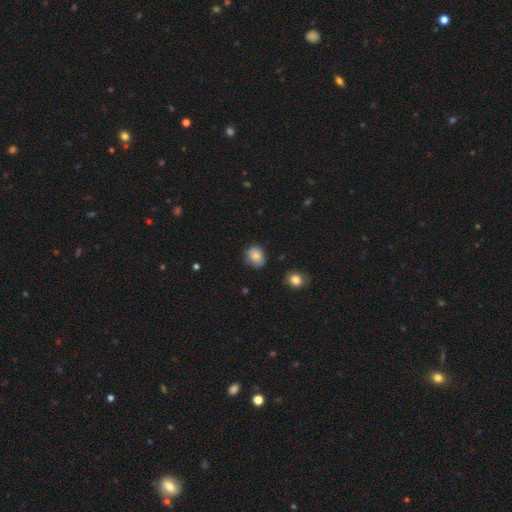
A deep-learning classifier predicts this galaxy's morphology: smooth_or_featured: smooth (p=0.83) [alt: featured or disk p=0.09]
how_rounded: round (p=0.53) [alt: in between p=0.46]
merging: none (p=0.75) [alt: minor disturbance p=0.20]